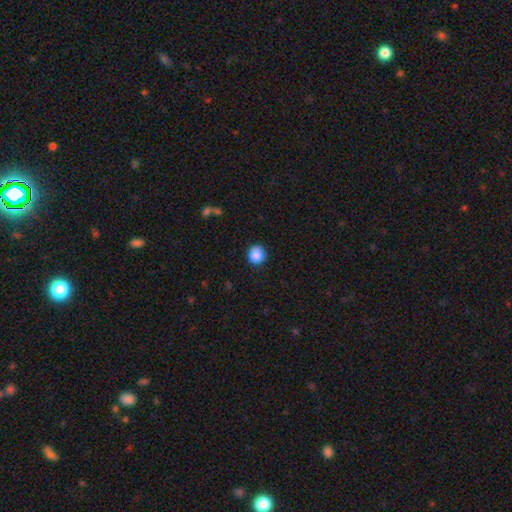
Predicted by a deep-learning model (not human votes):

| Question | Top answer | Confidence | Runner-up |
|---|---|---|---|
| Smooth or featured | smooth | 87% | star or artifact (9%) |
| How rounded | round | 90% | in between (9%) |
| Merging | none | 87% | minor disturbance (10%) |